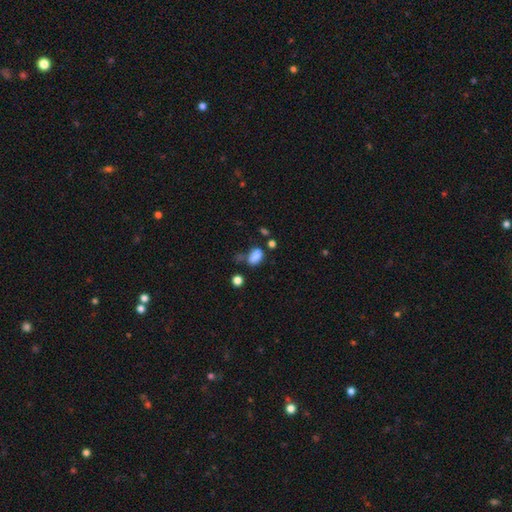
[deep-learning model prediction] A smooth galaxy with no disk features (82%) that is in between round and cigar-shaped (85%).

Vote fractions:
- Smooth or featured? smooth: 82% / star or artifact: 11% / featured or disk: 7%
- How rounded? in between: 85% / round: 13% / cigar-shaped: 2%
- Merging? none: 46% / minor disturbance: 26% / merger: 15% / major disturbance: 13%